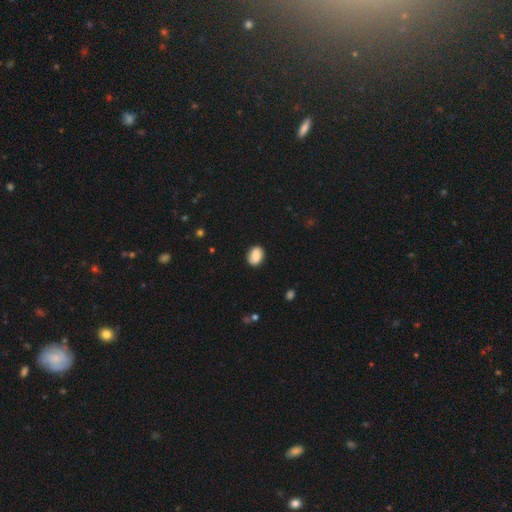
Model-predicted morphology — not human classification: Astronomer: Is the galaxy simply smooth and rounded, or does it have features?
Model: smooth — 81%.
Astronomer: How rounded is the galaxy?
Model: in between — 73%.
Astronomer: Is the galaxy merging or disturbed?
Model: none — 84%.